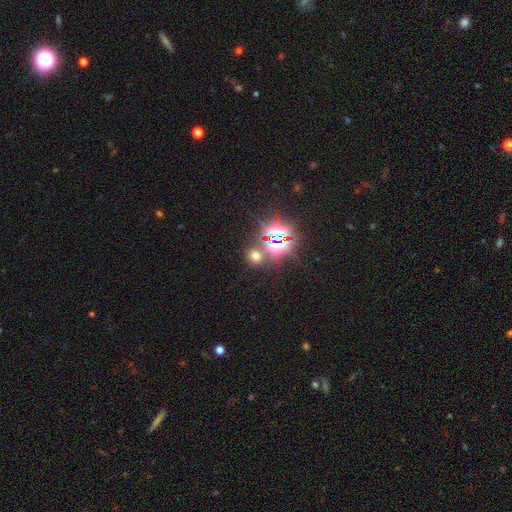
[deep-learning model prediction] This is possibly a star or artifact rather than a galaxy (46%, tied with smooth).